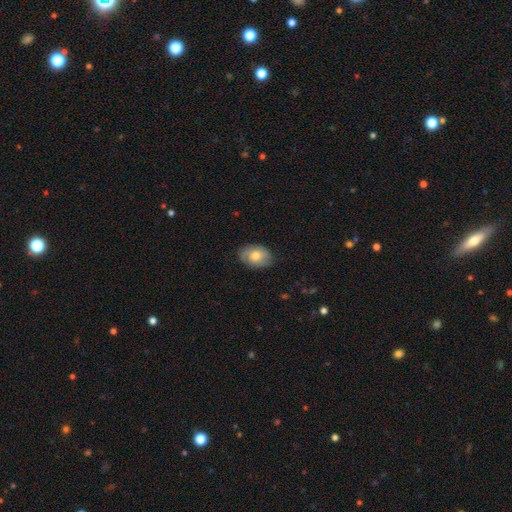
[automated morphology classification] A smooth galaxy with no disk features (63%) that is in between round and cigar-shaped (77%).

Vote fractions:
- Smooth or featured? smooth: 63% / featured or disk: 30% / star or artifact: 7%
- How rounded? in between: 77% / round: 22% / cigar-shaped: 1%
- Merging? none: 78% / minor disturbance: 18% / major disturbance: 4% / merger: 1%